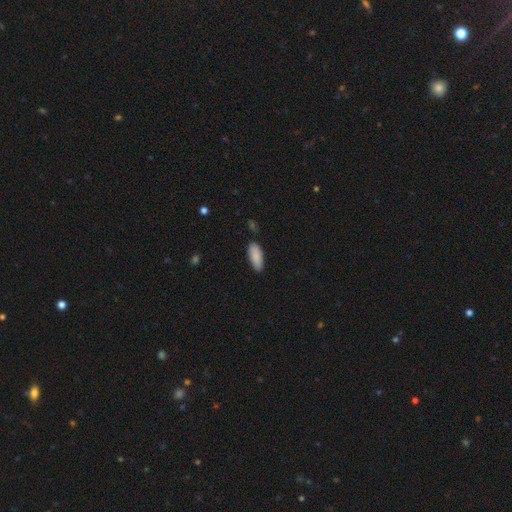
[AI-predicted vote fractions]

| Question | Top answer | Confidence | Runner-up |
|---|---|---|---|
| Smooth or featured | smooth | 88% | star or artifact (6%) |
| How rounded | in between | 77% | cigar-shaped (21%) |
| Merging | none | 83% | minor disturbance (12%) |